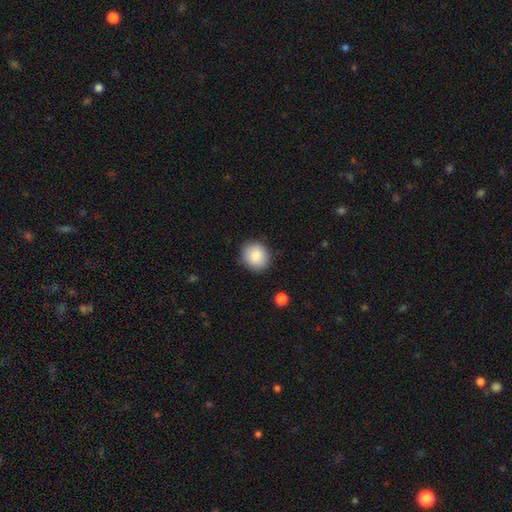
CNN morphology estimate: Smooth or featured?
  - smooth: 85% *
  - star or artifact: 8%
  - featured or disk: 7%
How rounded?
  - round: 77% *
  - in between: 23%
  - cigar-shaped: 1%
Merging?
  - none: 87% *
  - minor disturbance: 9%
  - major disturbance: 2%
  - merger: 1%